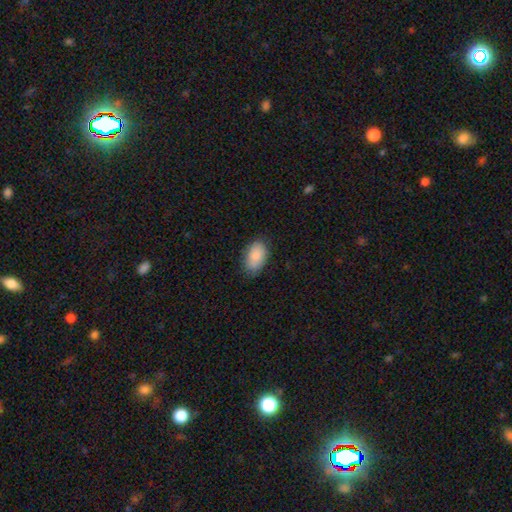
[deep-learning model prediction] smooth_or_featured: smooth (p=0.87) [alt: featured or disk p=0.07]
how_rounded: in between (p=0.93) [alt: round p=0.05]
merging: none (p=0.81) [alt: minor disturbance p=0.15]